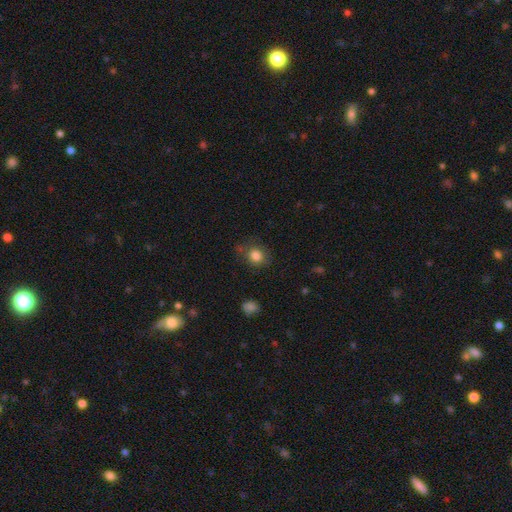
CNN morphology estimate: A smooth galaxy with no disk features (83%) that is round (72%). Merging: none (72%).